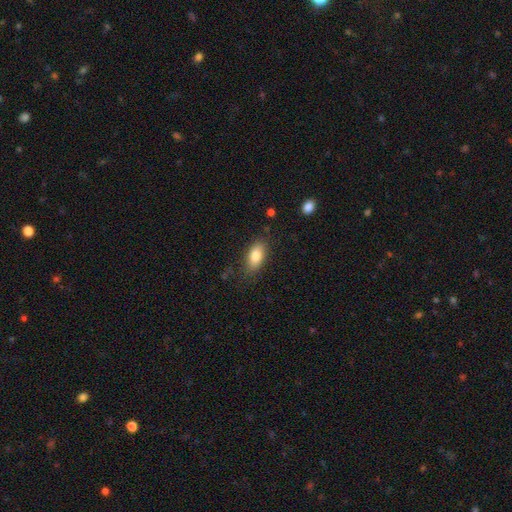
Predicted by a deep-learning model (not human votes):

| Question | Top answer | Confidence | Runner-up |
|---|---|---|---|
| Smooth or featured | smooth | 82% | featured or disk (11%) |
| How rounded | in between | 88% | cigar-shaped (8%) |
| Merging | none | 81% | minor disturbance (14%) |